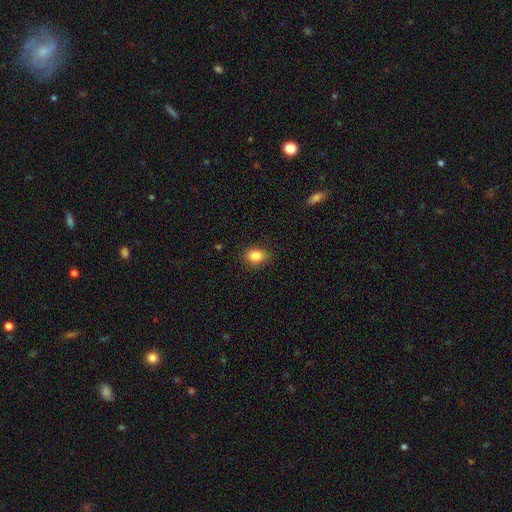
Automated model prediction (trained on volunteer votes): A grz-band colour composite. It shows a smooth galaxy with no disk features (86%) that is in between round and cigar-shaped (76%). Merging: none (84%).